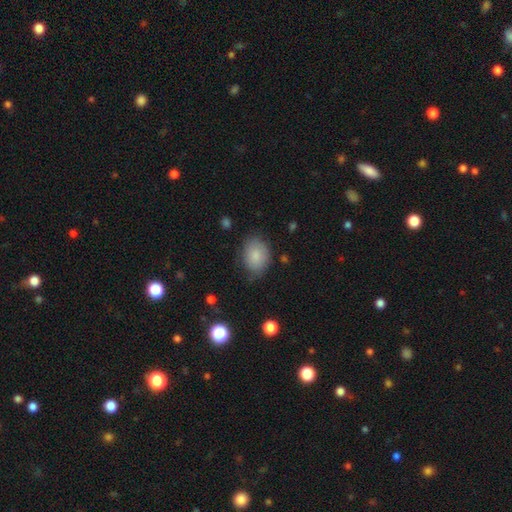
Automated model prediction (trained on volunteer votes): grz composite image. It shows a smooth galaxy with no disk features (84%) that is in between round and cigar-shaped (69%). Merging: none (71%).